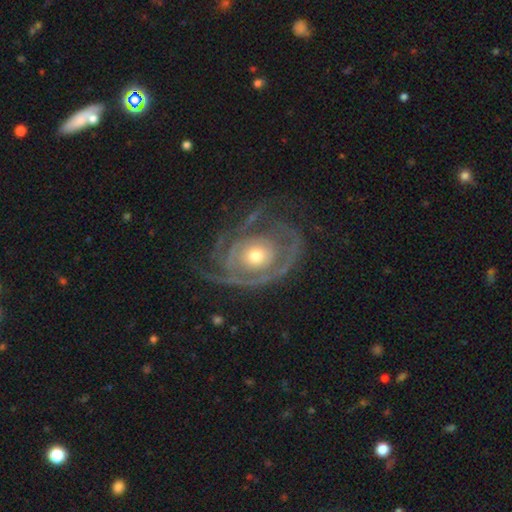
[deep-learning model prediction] This appears to be a featured or disk galaxy (83%) with no bar (84%), tight (57%) spiral arms (80%) and a moderate central bulge (62%). Merging: none (55%).